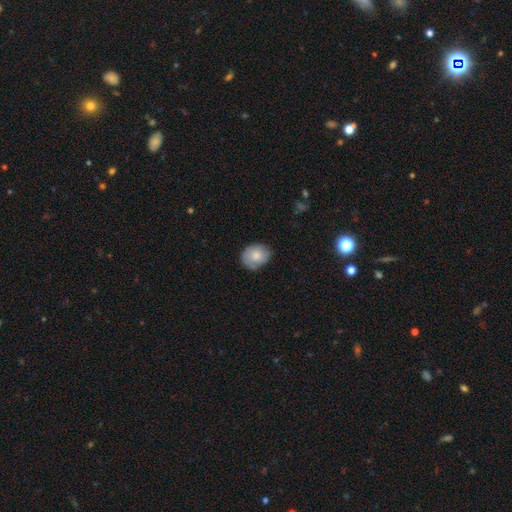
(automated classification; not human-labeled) smooth-or-featured: smooth: 76% | featured or disk: 17% | star or artifact: 7%
  how-rounded: round: 53% | in between: 47% | cigar-shaped: 1%
  merging: none: 72% | minor disturbance: 23% | major disturbance: 4% | merger: 1%